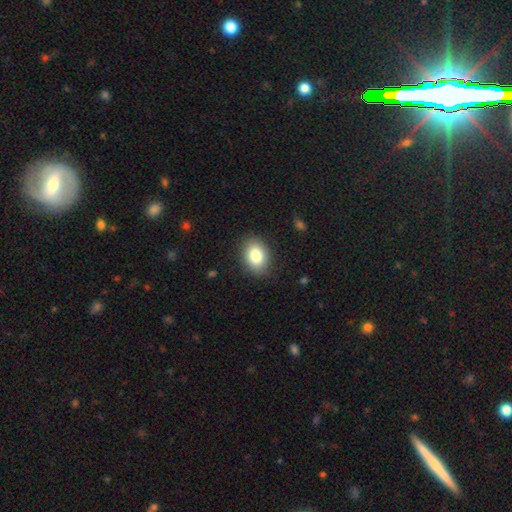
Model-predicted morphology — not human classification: This is clearly a smooth galaxy (83%). How rounded: likely in between (74%). Merging: clearly none (86%).